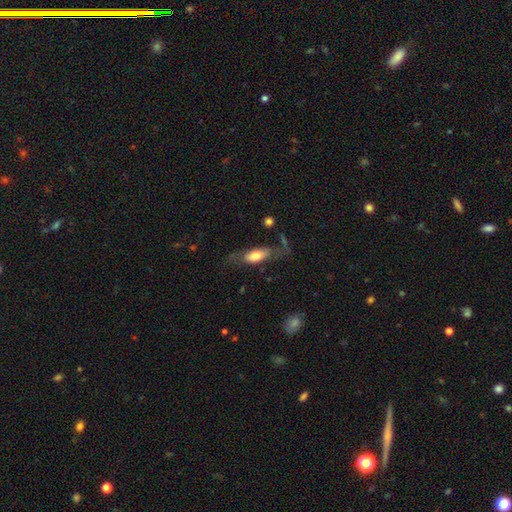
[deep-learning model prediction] smooth-or-featured: smooth: 65% | featured or disk: 28% | star or artifact: 6%
  how-rounded: in between: 73% | cigar-shaped: 24% | round: 3%
  merging: none: 54% | minor disturbance: 24% | major disturbance: 18% | merger: 4%